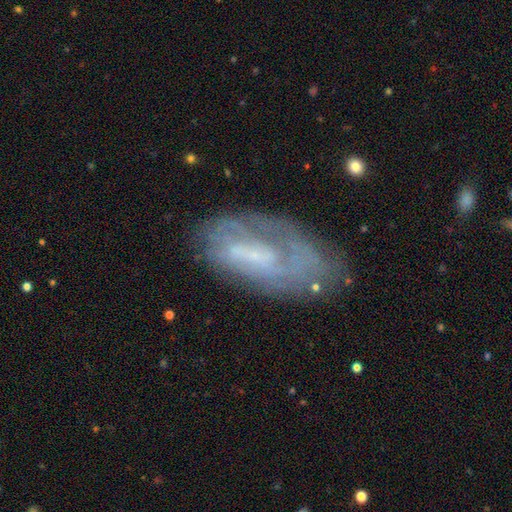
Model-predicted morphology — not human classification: Q: Smooth or featured?
A: featured or disk (65%); runner-up: smooth (26%)
Q: Edge-on disk?
A: no (92%); runner-up: yes (8%)
Q: Bar?
A: no (48%); runner-up: weak (38%)
Q: Spiral arms?
A: yes (61%); runner-up: no (39%)
Q: Bulge size?
A: small (47%); runner-up: none (30%)
Q: Merging?
A: none (56%); runner-up: minor disturbance (24%)